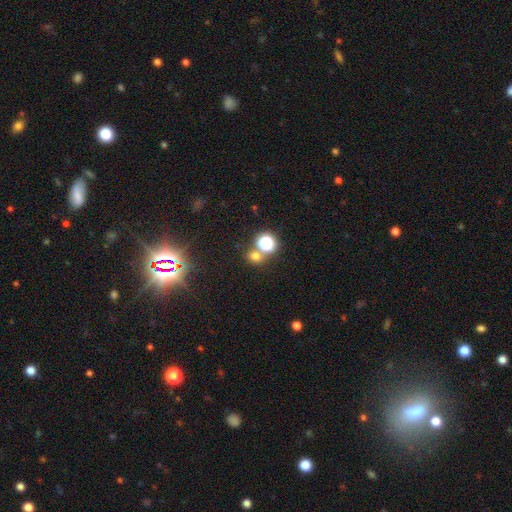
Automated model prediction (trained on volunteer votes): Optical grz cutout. It shows a smooth galaxy with no disk features (61%) that is round (77%). Merging: none (67%).